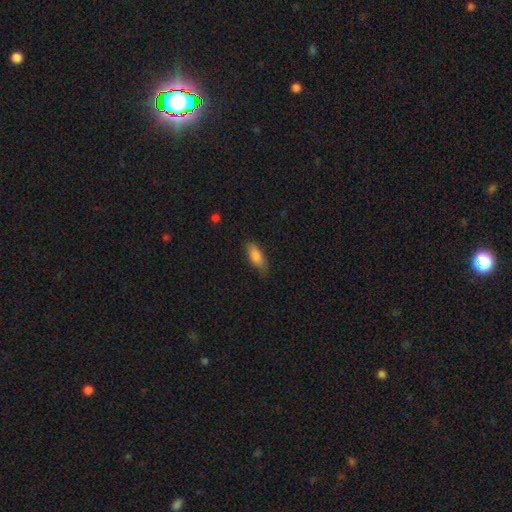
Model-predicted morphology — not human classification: Smooth or featured: smooth — 85% (featured or disk — 9%)
How rounded: in between — 73% (cigar-shaped — 25%)
Merging: none — 73% (minor disturbance — 21%)